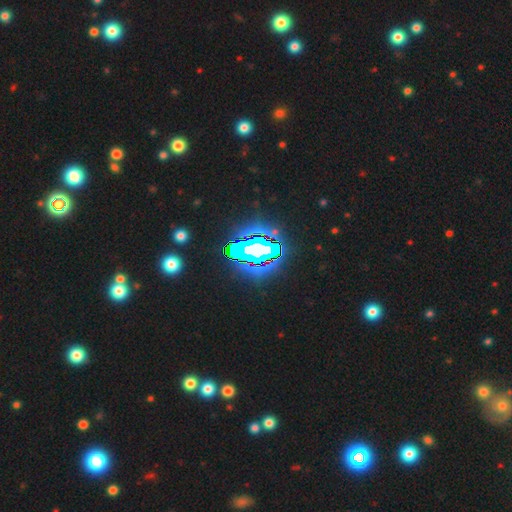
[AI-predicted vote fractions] Smooth or featured? Predicted: star or artifact (p=0.75).